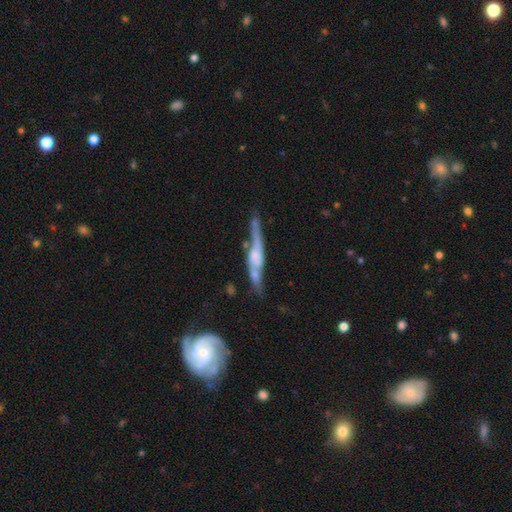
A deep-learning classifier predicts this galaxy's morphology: A featured or disk galaxy (71%) viewed edge-on (82%) with a rounded central bulge (51%).

Vote fractions:
- Smooth or featured? featured or disk: 71% / smooth: 23% / star or artifact: 7%
- Edge-on disk? yes: 82% / no: 18%
- Edge-on bulge? rounded: 51% / boxy: 34% / none: 15%
- Merging? none: 54% / minor disturbance: 21% / merger: 14% / major disturbance: 11%